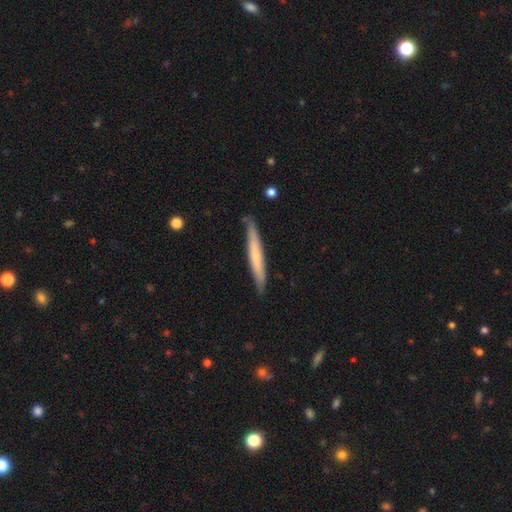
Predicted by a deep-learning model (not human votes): Smooth or featured: smooth — 57% (featured or disk — 38%)
How rounded: cigar-shaped — 96% (in between — 3%)
Merging: none — 84% (minor disturbance — 12%)